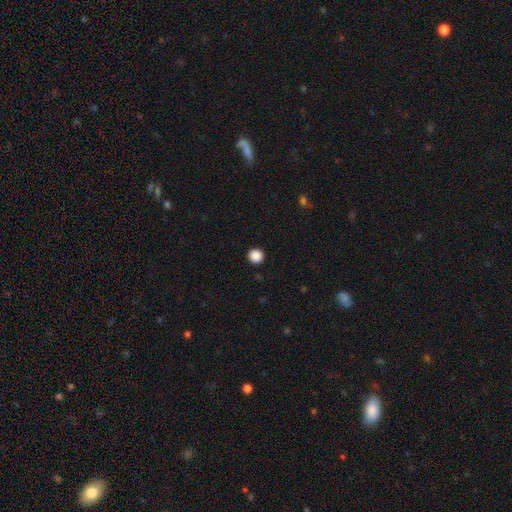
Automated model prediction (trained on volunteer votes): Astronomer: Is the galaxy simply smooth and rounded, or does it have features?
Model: smooth — 88%.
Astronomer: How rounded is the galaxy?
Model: round — 94%.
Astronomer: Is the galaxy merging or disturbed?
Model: none — 94%.